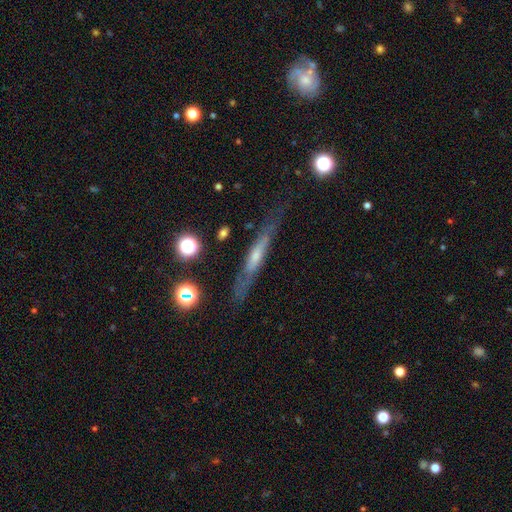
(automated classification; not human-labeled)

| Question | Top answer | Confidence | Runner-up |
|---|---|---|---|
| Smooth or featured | featured or disk | 62% | smooth (29%) |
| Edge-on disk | yes | 85% | no (15%) |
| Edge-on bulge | rounded | 45% | tied: none (45%) |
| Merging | none | 76% | minor disturbance (16%) |